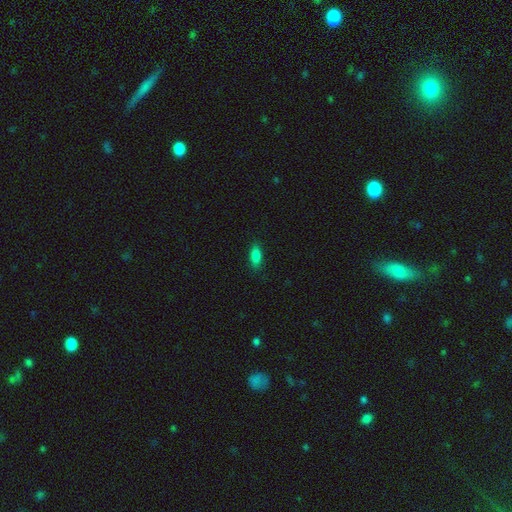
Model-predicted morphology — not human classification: A smooth galaxy with no disk features (85%) that is in between round and cigar-shaped (78%). Merging: none (86%).